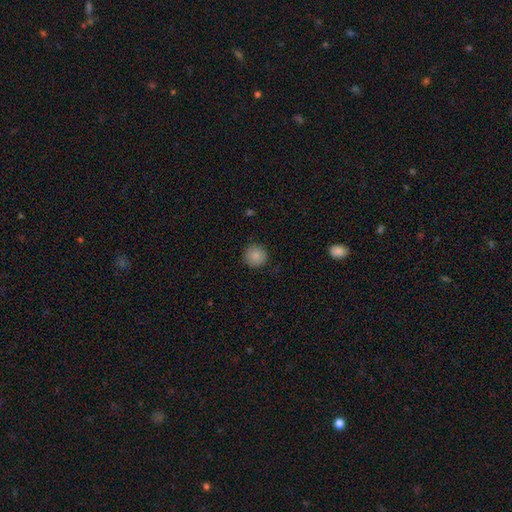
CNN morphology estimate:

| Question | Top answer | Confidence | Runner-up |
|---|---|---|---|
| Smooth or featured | smooth | 87% | star or artifact (9%) |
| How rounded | round | 95% | in between (4%) |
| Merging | none | 91% | minor disturbance (7%) |